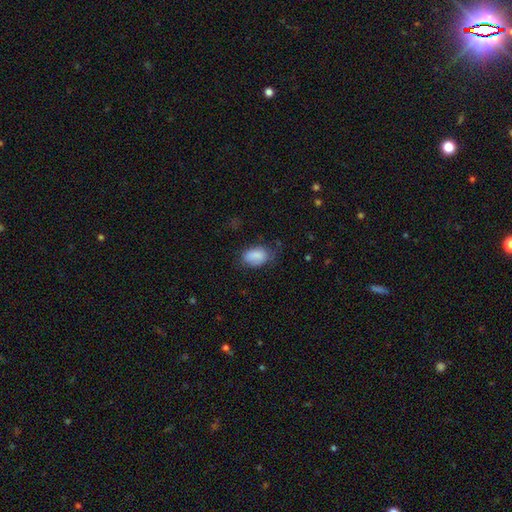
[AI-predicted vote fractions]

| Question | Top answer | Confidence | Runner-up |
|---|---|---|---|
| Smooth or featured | smooth | 85% | featured or disk (8%) |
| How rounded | in between | 86% | round (13%) |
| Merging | none | 57% | minor disturbance (30%) |